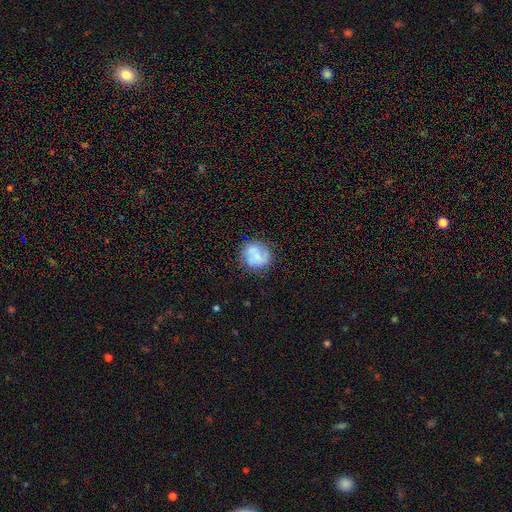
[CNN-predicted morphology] Smooth or featured: smooth — 66% (featured or disk — 25%)
How rounded: round — 83% (in between — 16%)
Merging: none — 73% (minor disturbance — 17%)